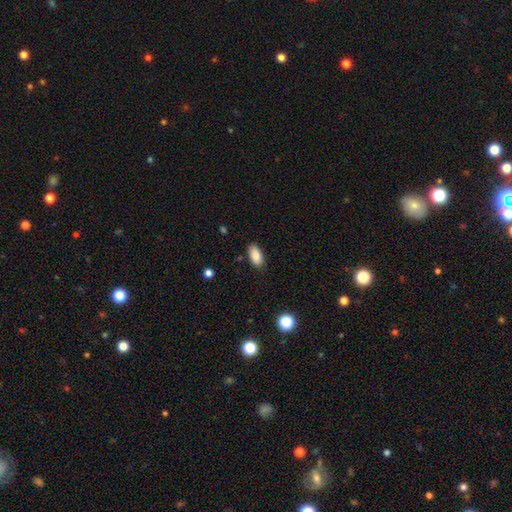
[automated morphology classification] The model was most divided on "merging": none: 86%, minor disturbance: 11%, major disturbance: 2%, merger: 1%. More confident: how rounded — in between (92%); smooth or featured — smooth (86%).